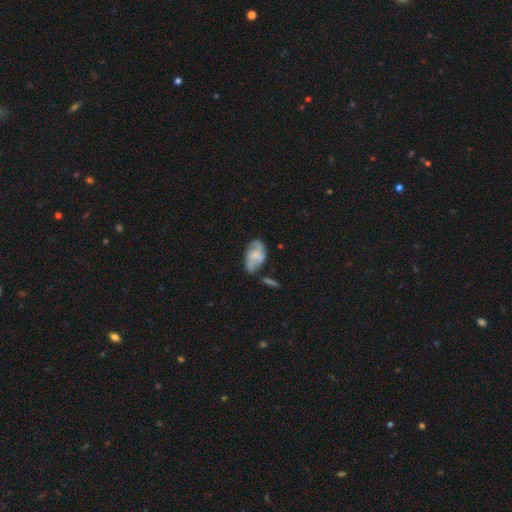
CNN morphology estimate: Smooth or featured?
  - featured or disk: 54% *
  - smooth: 39%
  - star or artifact: 7%
Edge-on disk?
  - no: 95% *
  - yes: 5%
Bar?
  - no: 67% *
  - weak: 28%
  - strong: 5%
Spiral arms?
  - yes: 72% *
  - no: 28%
Bulge size?
  - small: 51% *
  - moderate: 29%
  - none: 16%
  - large: 3%
  - dominant: 1%
Merging?
  - none: 45% *
  - minor disturbance: 29%
  - major disturbance: 14%
  - merger: 12%